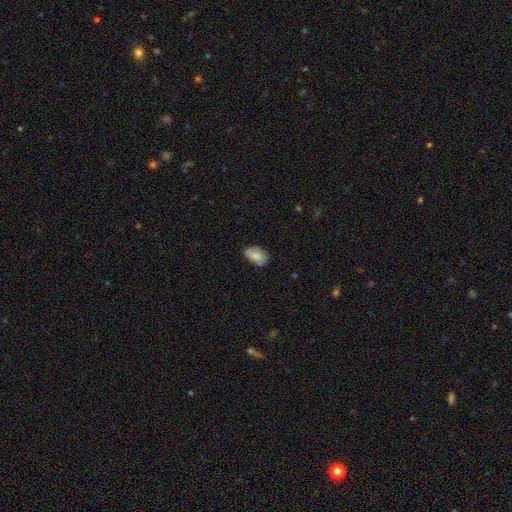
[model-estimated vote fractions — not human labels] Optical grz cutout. It shows a smooth galaxy with no disk features (78%) that is in between round and cigar-shaped (90%). Merging: none (76%).